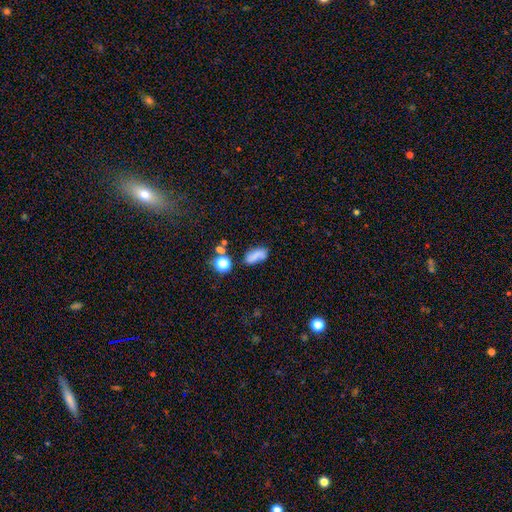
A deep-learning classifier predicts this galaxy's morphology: Smooth or featured? smooth (66%)
How rounded? in between (84%)
Merging? none (58%)